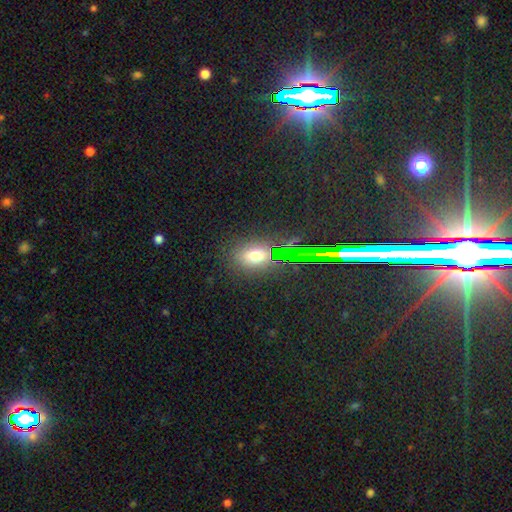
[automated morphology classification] type=smooth (63%); roundness=in between (59%); merging=none (80%).